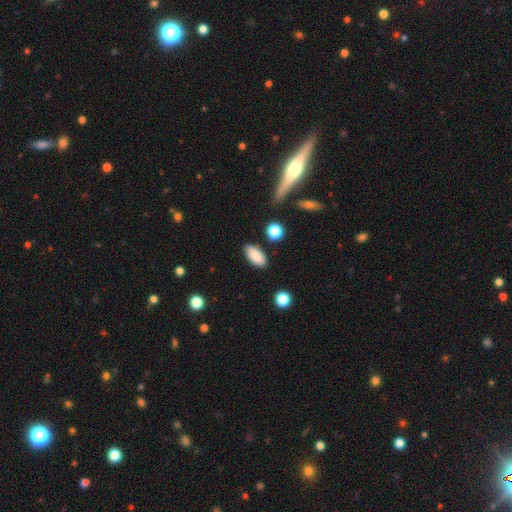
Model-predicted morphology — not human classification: This is clearly a smooth galaxy (87%). How rounded: clearly in between (88%). Merging: clearly none (84%).